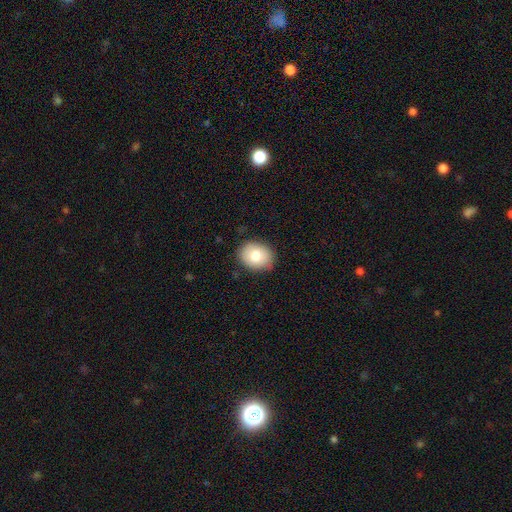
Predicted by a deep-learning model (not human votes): Morphology: type=smooth (79%); roundness=round (50%, tied with in between); merging=none (85%).